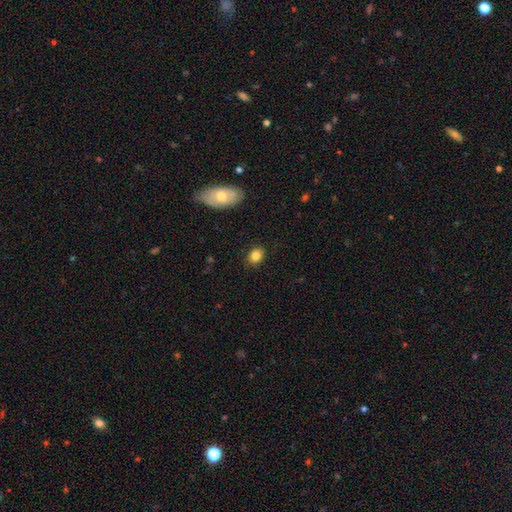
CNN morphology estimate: Smooth or featured? smooth (83%)
How rounded? in between (66%)
Merging? none (86%)